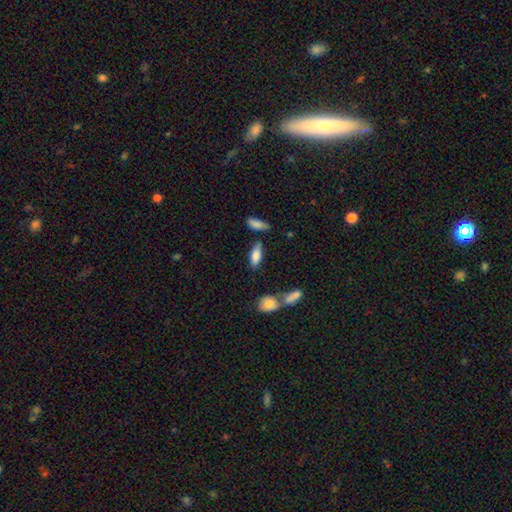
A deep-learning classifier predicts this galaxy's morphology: type=smooth (77%); roundness=in between (70%); merging=none (69%).